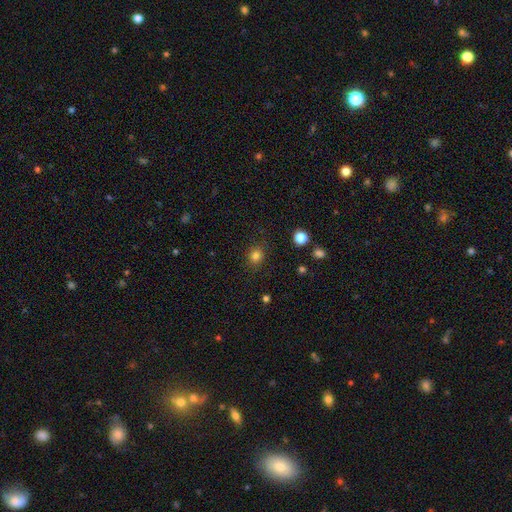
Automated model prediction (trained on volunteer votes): Smooth or featured: smooth — 82% (star or artifact — 13%)
How rounded: round — 69% (in between — 30%)
Merging: none — 85% (minor disturbance — 10%)